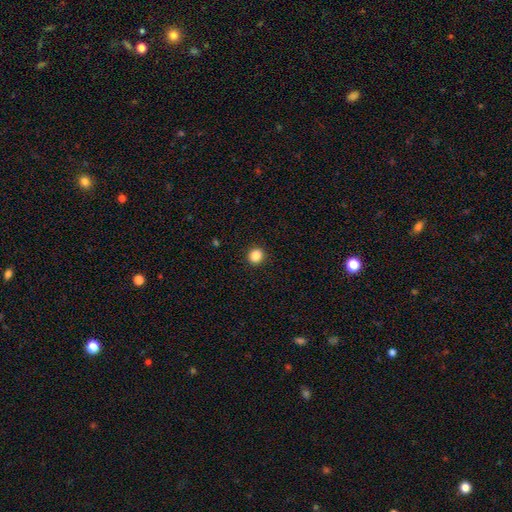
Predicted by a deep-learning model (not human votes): Smooth or featured: smooth — 87% (star or artifact — 10%)
How rounded: round — 90% (in between — 9%)
Merging: none — 92% (minor disturbance — 5%)